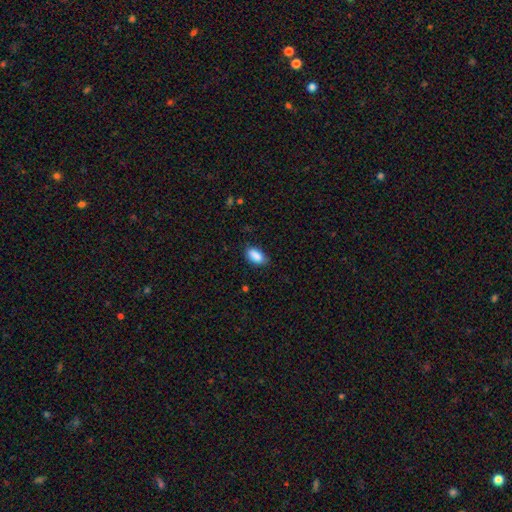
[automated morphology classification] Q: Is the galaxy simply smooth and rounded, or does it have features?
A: smooth — 88%.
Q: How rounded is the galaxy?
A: in between — 92%.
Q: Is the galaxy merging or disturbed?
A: none — 77%.